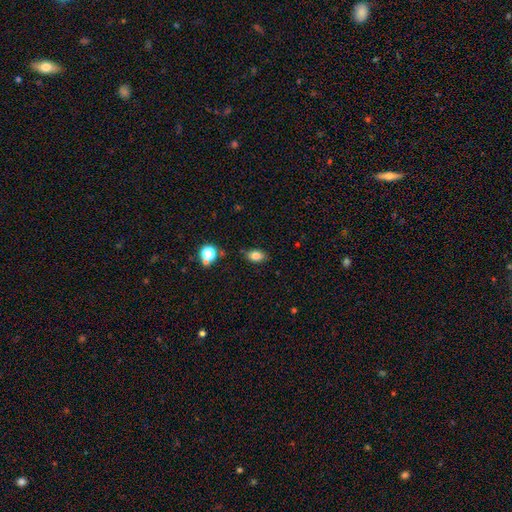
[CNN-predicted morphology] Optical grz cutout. It shows a smooth galaxy with no disk features (81%) that is in between round and cigar-shaped (81%). Merging: none (80%).